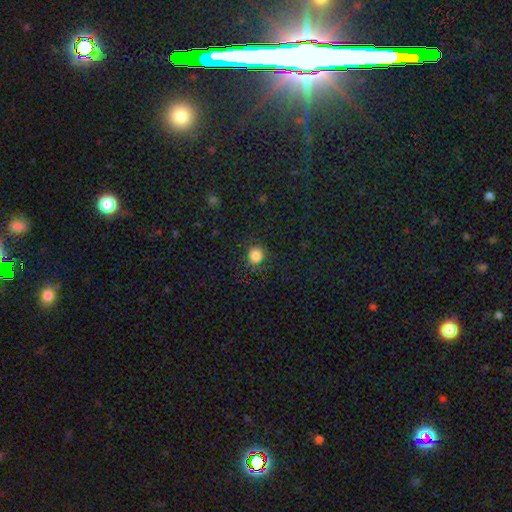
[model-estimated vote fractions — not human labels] smooth-or-featured: smooth: 84% | star or artifact: 12% | featured or disk: 4%
  how-rounded: round: 90% | in between: 9% | cigar-shaped: 1%
  merging: none: 87% | minor disturbance: 9% | major disturbance: 3% | merger: 1%